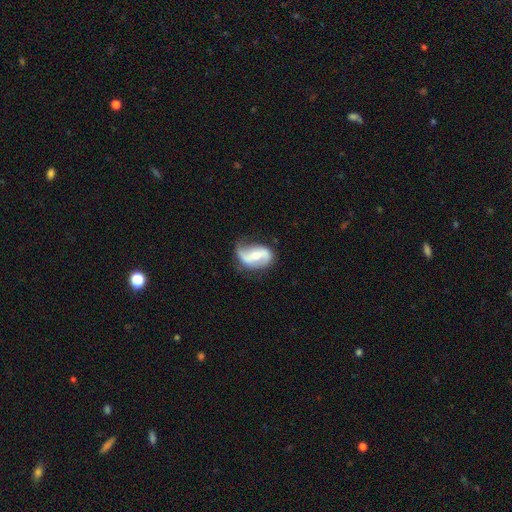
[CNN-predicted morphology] Smooth or featured? Predicted: featured or disk (p=0.78). Edge-on disk? Predicted: no (p=0.96). Bar? Predicted: weak (p=0.37). Spiral arms? Predicted: yes (p=0.91). Spiral winding? Predicted: loose (p=0.65). Spiral arm count? Predicted: 2 (p=0.83). Bulge size? Predicted: moderate (p=0.56). Merging? Predicted: none (p=0.55).